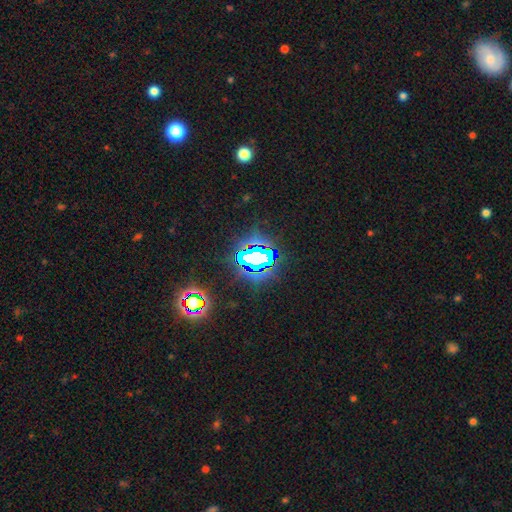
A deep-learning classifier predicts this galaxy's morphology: Q: Smooth or featured?
A: star or artifact (68%); runner-up: smooth (17%)